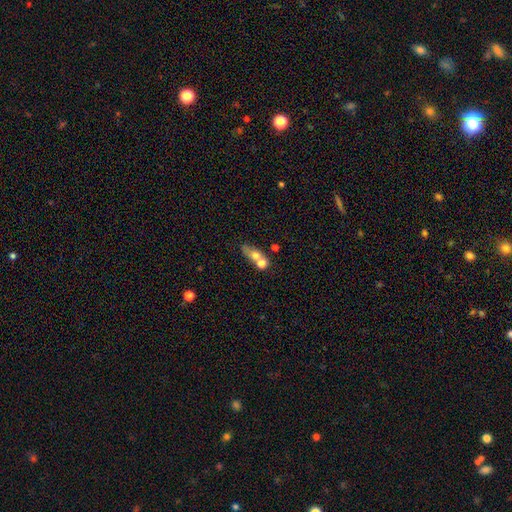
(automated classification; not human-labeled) Morphology: type=smooth (63%); roundness=in between (54%); merging=merger (54%).